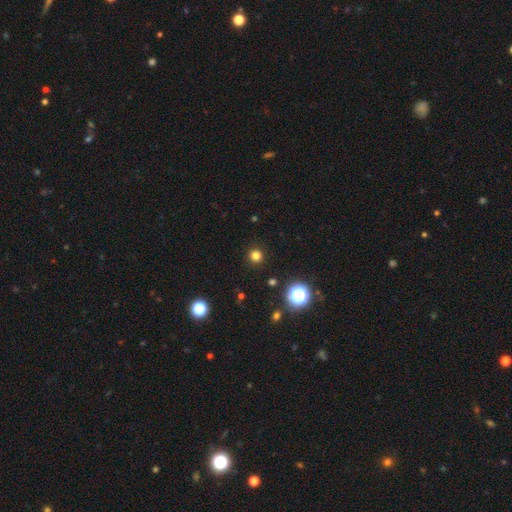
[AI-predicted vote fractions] Overall: smooth (77%). How rounded: round (95%). Merging: none (92%).